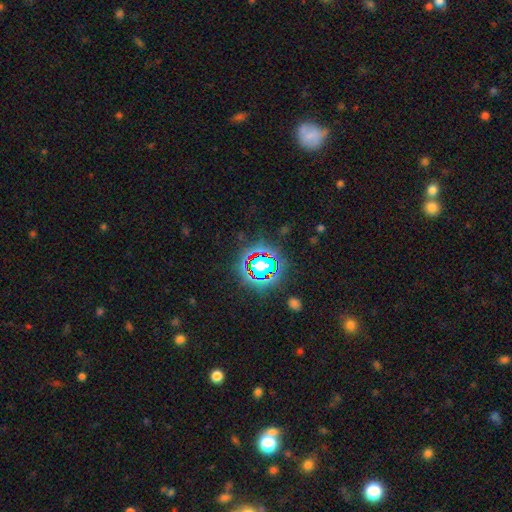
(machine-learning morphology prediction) This appears to be a star or artifact, not a galaxy (75%).